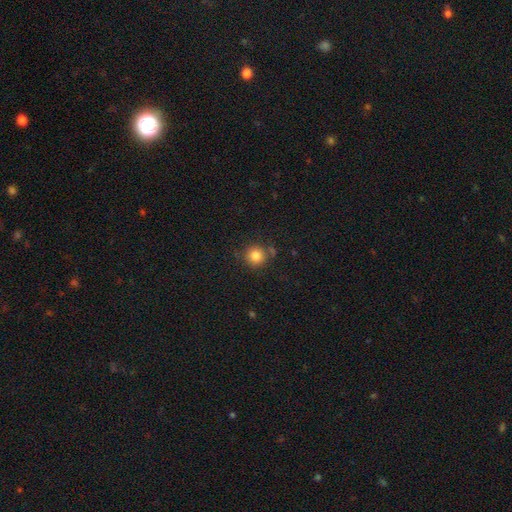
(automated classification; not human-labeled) Q: Smooth or featured?
A: smooth (82%); runner-up: star or artifact (11%)
Q: How rounded?
A: round (93%); runner-up: in between (6%)
Q: Merging?
A: none (78%); runner-up: minor disturbance (11%)